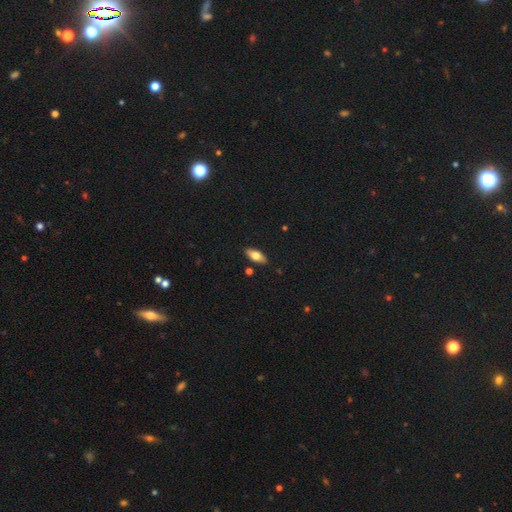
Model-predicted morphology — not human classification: Smooth or featured: smooth — 71% (featured or disk — 23%)
How rounded: in between — 83% (cigar-shaped — 15%)
Merging: none — 87% (minor disturbance — 9%)